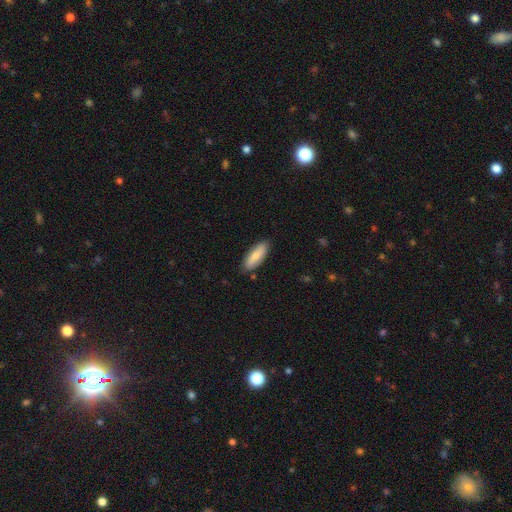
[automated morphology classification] The model was most divided on "how rounded": in between: 64%, cigar-shaped: 34%, round: 2%. More confident: merging — none (84%); smooth or featured — smooth (76%).